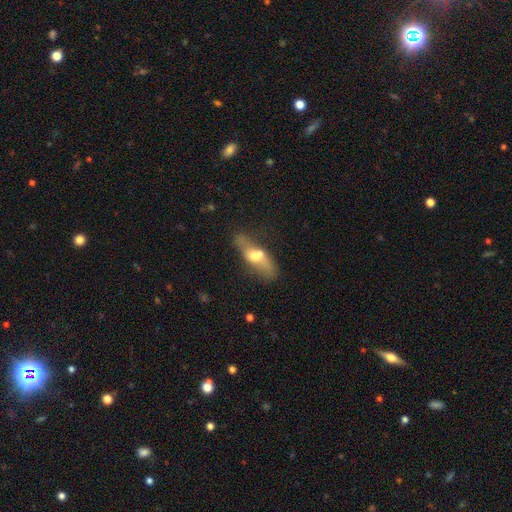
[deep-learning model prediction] smooth-or-featured: featured or disk: 49% | smooth: 43% | star or artifact: 8%
  merging: none: 43% | minor disturbance: 22% | merger: 20% | major disturbance: 15%